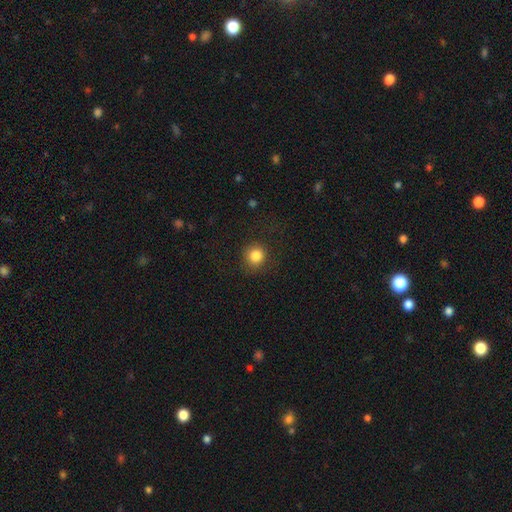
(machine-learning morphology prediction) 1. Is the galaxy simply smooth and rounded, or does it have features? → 84% smooth, 11% star or artifact, 5% featured or disk.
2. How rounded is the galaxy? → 90% round, 9% in between, 1% cigar-shaped.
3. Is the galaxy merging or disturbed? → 84% none, 11% minor disturbance, 5% major disturbance, 1% merger.